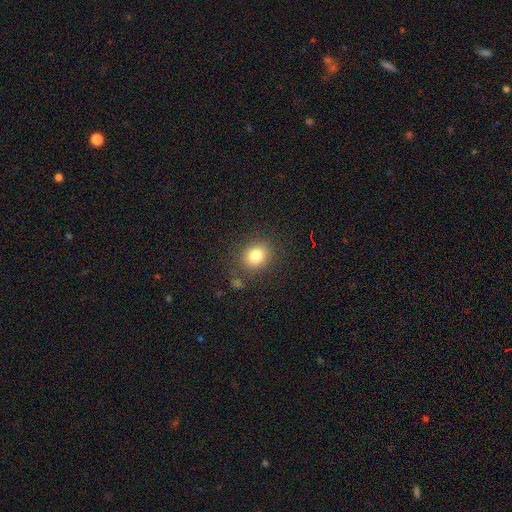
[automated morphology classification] Overall: smooth (81%). How rounded: round (65%; in between 34%). Merging: none (81%).